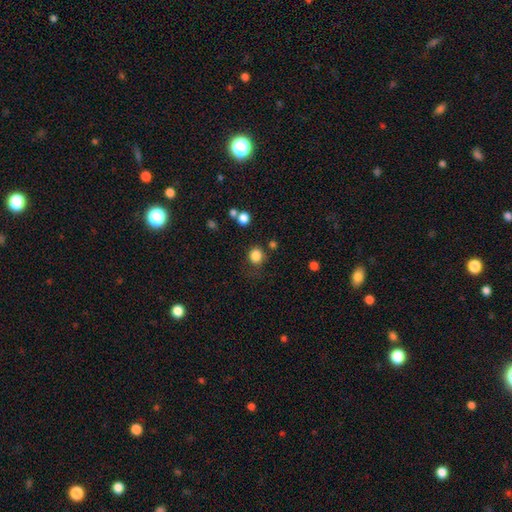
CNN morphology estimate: Overall: smooth (83%). How rounded: round (82%). Merging: none (72%).